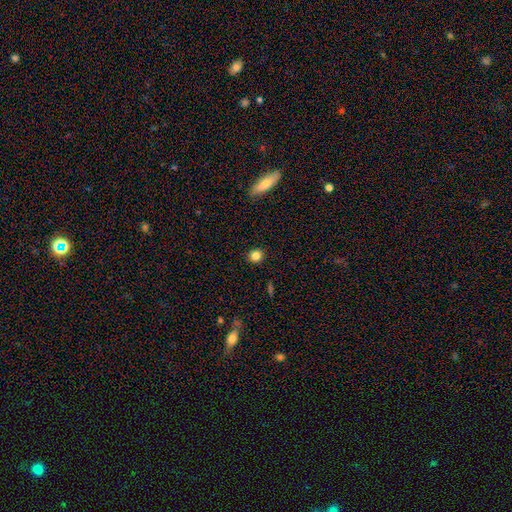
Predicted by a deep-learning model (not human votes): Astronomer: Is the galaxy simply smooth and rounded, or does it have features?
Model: smooth — 83%.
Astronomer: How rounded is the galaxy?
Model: round — 86%.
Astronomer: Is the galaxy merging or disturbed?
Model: none — 91%.